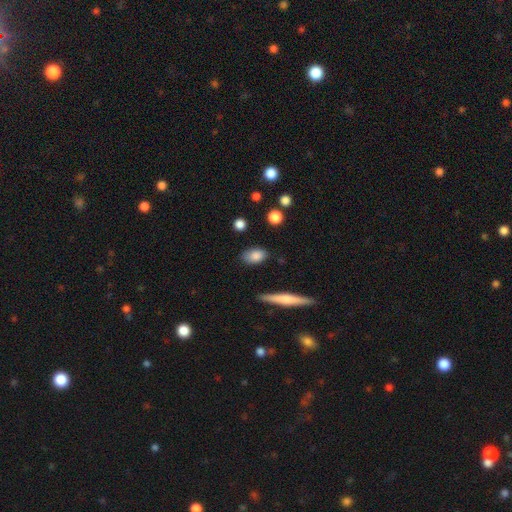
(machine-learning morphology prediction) smooth 83%, featured or disk 9%, star or artifact 7%. Down the decision tree: how rounded — in between (85%); merging — none (81%).